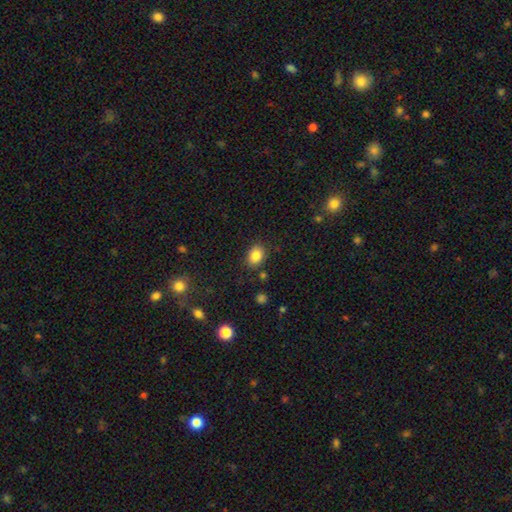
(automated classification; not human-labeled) Q: Smooth or featured?
A: smooth (85%); runner-up: star or artifact (10%)
Q: How rounded?
A: in between (65%); runner-up: round (34%)
Q: Merging?
A: none (84%); runner-up: minor disturbance (11%)